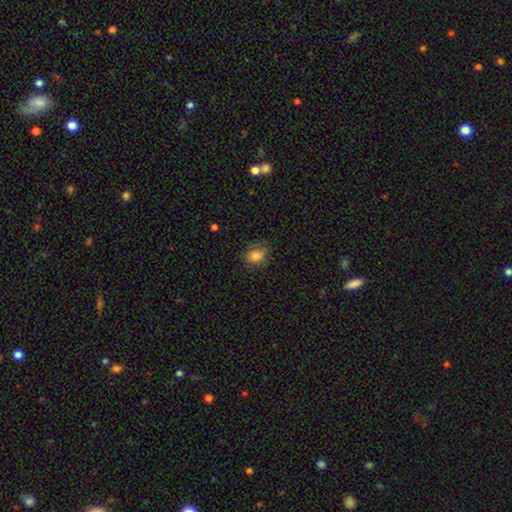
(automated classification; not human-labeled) Smooth or featured: smooth — 82% (star or artifact — 11%)
How rounded: in between — 53% (round — 46%)
Merging: none — 71% (minor disturbance — 21%)